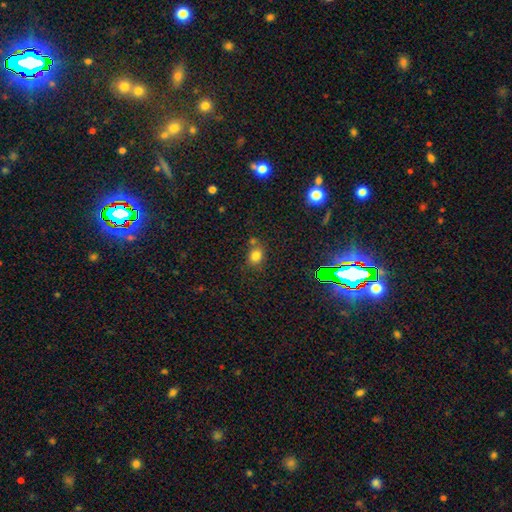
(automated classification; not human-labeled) This is likely a smooth galaxy (79%). How rounded: possibly round (59%). Merging: likely none (66%).